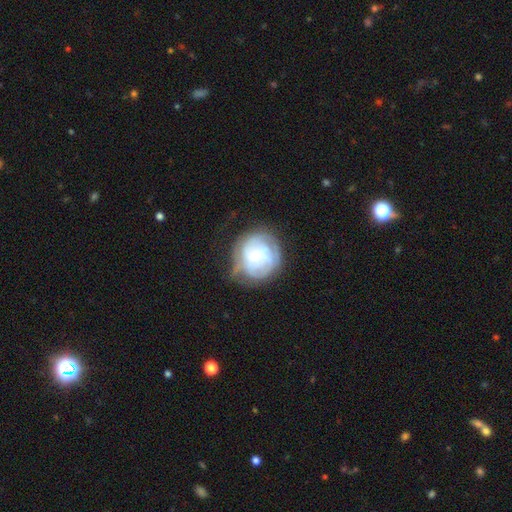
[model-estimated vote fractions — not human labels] Smooth or featured: featured or disk — 63% (smooth — 29%)
Edge-on disk: no — 97% (yes — 3%)
Bar: no — 78% (weak — 18%)
Spiral arms: yes — 71% (no — 29%)
Bulge size: moderate — 50% (small — 44%)
Merging: none — 58% (minor disturbance — 26%)